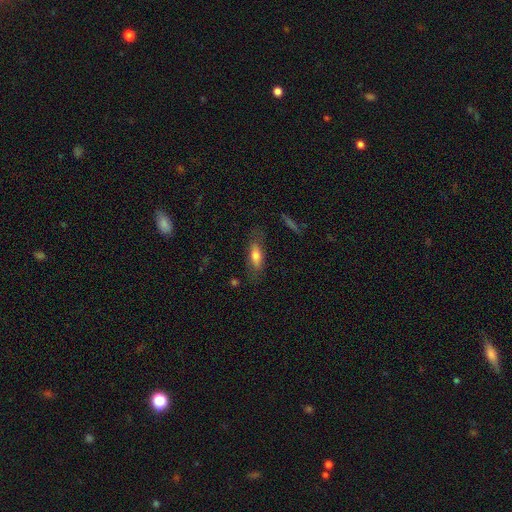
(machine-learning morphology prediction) A smooth galaxy with no disk features (68%) that is in between round and cigar-shaped (57%).

Vote fractions:
- Smooth or featured? smooth: 68% / featured or disk: 25% / star or artifact: 7%
- How rounded? in between: 57% / cigar-shaped: 41% / round: 3%
- Merging? none: 75% / minor disturbance: 17% / major disturbance: 6% / merger: 2%